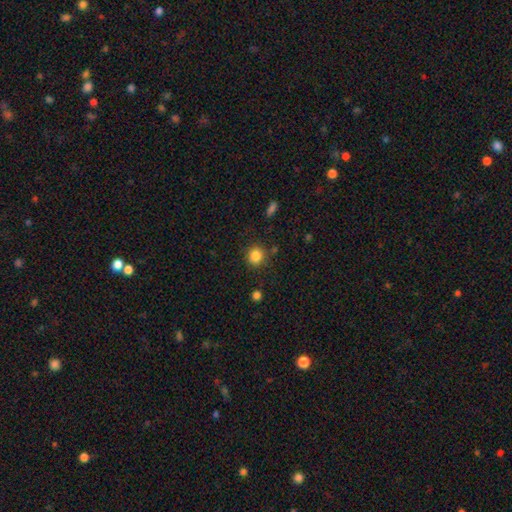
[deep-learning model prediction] smooth 85%, star or artifact 11%, featured or disk 4%. Down the decision tree: how rounded — round (88%); merging — none (85%).